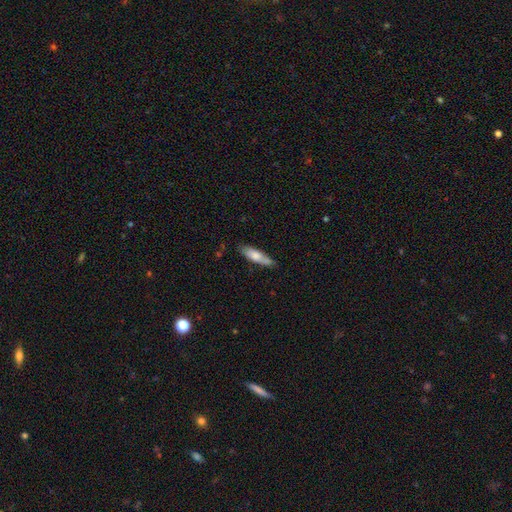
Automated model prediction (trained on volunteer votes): smooth-or-featured: smooth: 68% | featured or disk: 26% | star or artifact: 6%
  how-rounded: cigar-shaped: 64% | in between: 34% | round: 2%
  merging: none: 74% | minor disturbance: 20% | major disturbance: 3% | merger: 2%